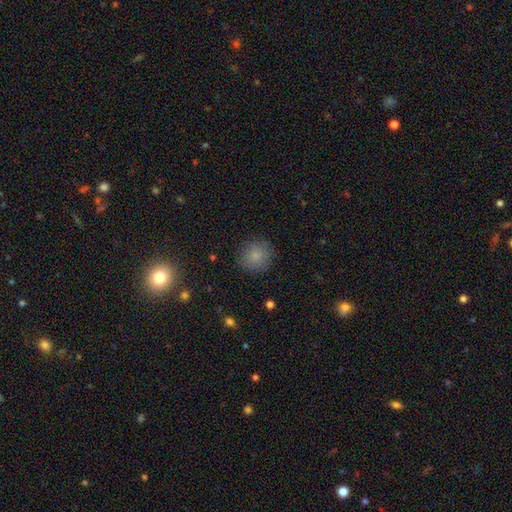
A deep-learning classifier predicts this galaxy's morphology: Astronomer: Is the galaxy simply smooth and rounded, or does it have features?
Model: smooth — 84%.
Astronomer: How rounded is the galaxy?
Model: round — 89%.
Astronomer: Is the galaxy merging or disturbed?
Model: none — 86%.